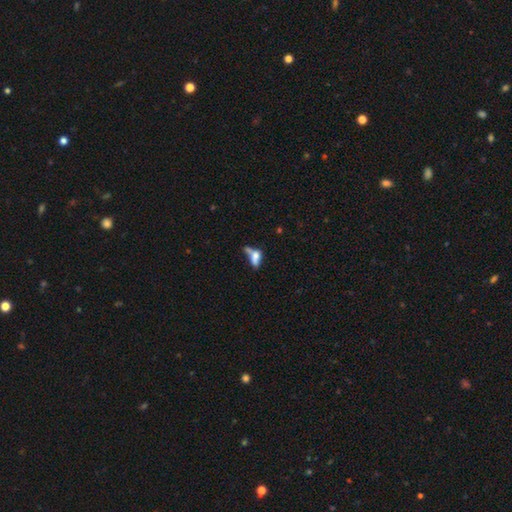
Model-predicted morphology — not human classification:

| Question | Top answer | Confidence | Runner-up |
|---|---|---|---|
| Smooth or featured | smooth | 60% | featured or disk (29%) |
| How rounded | in between | 69% | cigar-shaped (22%) |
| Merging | merger | 39% | none (25%) |